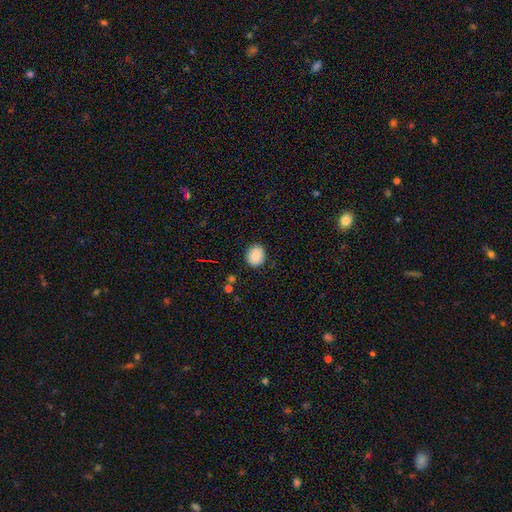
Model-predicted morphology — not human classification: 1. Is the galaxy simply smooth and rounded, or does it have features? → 89% smooth, 8% star or artifact, 3% featured or disk.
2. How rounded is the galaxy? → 65% round, 34% in between, 1% cigar-shaped.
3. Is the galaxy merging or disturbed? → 88% none, 8% minor disturbance, 2% major disturbance, 1% merger.